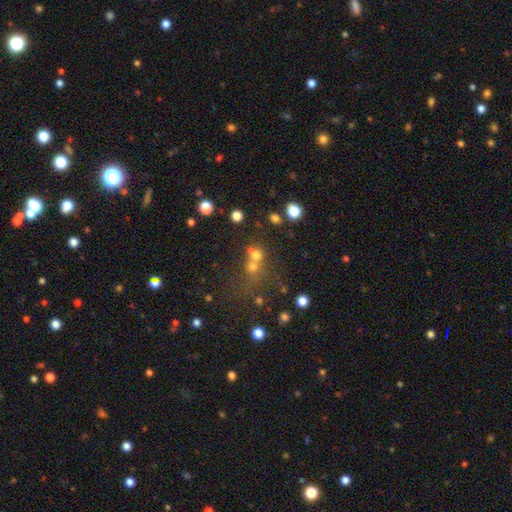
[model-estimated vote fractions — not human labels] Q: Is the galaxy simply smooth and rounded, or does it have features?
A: smooth — 67%.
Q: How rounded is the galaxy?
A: round — 84%.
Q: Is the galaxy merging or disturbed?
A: merger — 45%.